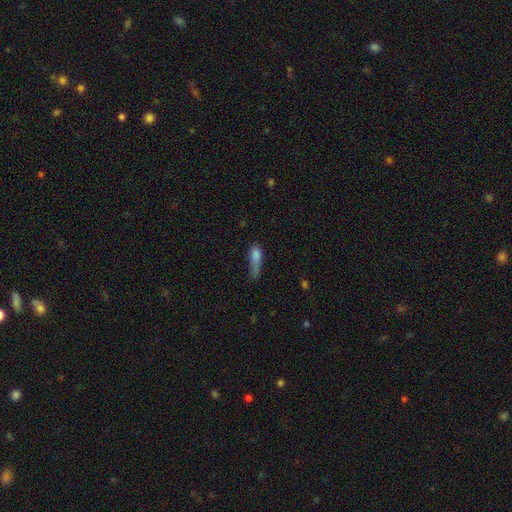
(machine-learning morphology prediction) smooth_or_featured: smooth (p=0.77) [alt: featured or disk p=0.13]
how_rounded: in between (p=0.49) [alt: cigar-shaped p=0.47]
merging: minor disturbance (p=0.34) [alt: none p=0.31]